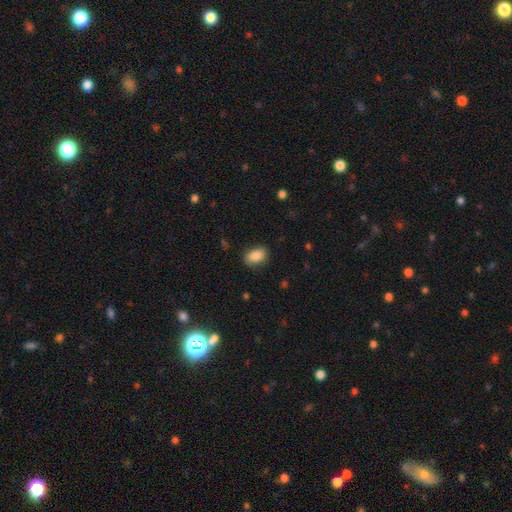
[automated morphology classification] A smooth galaxy with no disk features (86%) that is in between round and cigar-shaped (84%).

Vote fractions:
- Smooth or featured? smooth: 86% / star or artifact: 8% / featured or disk: 6%
- How rounded? in between: 84% / round: 15% / cigar-shaped: 1%
- Merging? none: 84% / minor disturbance: 12% / major disturbance: 3% / merger: 1%